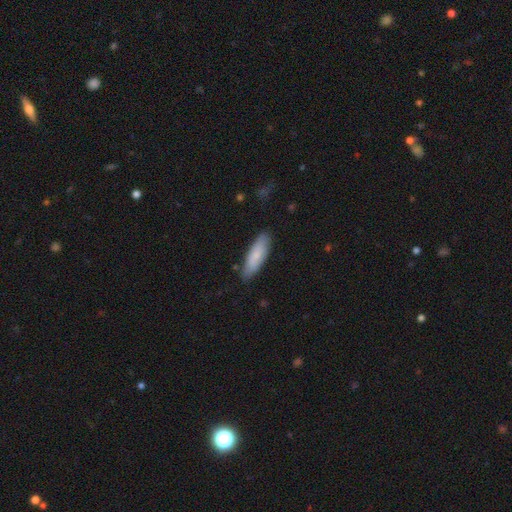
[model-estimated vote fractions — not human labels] A smooth galaxy with no disk features (78%) that is in between round and cigar-shaped (51%).

Vote fractions:
- Smooth or featured? smooth: 78% / featured or disk: 17% / star or artifact: 5%
- How rounded? in between: 51% / cigar-shaped: 48% / round: 1%
- Merging? none: 83% / minor disturbance: 13% / major disturbance: 2% / merger: 1%